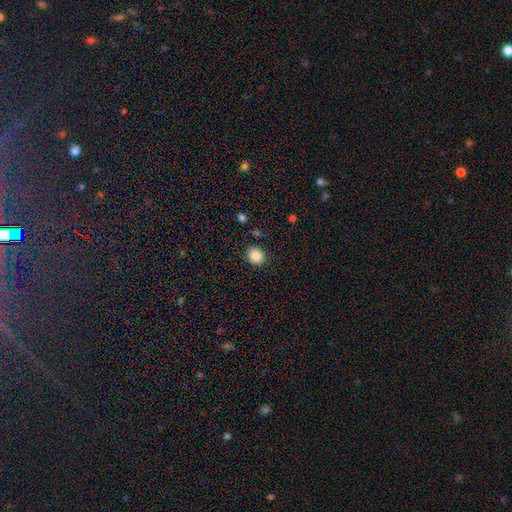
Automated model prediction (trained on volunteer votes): Smooth or featured?
  - smooth: 86% *
  - star or artifact: 9%
  - featured or disk: 5%
How rounded?
  - round: 68% *
  - in between: 31%
  - cigar-shaped: 1%
Merging?
  - none: 88% *
  - minor disturbance: 8%
  - major disturbance: 2%
  - merger: 2%